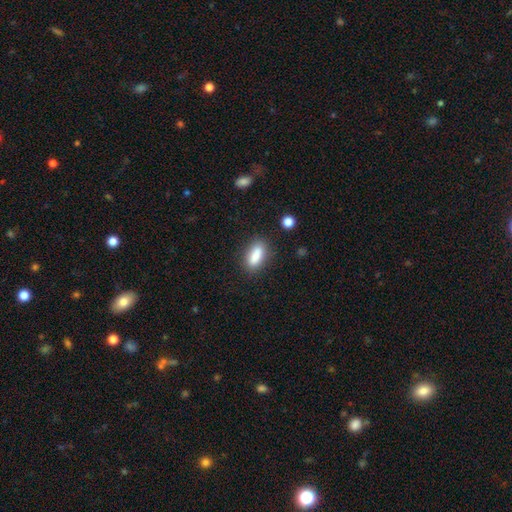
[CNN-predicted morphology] Smooth or featured?
  - smooth: 84% *
  - star or artifact: 8%
  - featured or disk: 8%
How rounded?
  - in between: 75% *
  - cigar-shaped: 21%
  - round: 4%
Merging?
  - none: 79% *
  - minor disturbance: 14%
  - major disturbance: 4%
  - merger: 4%